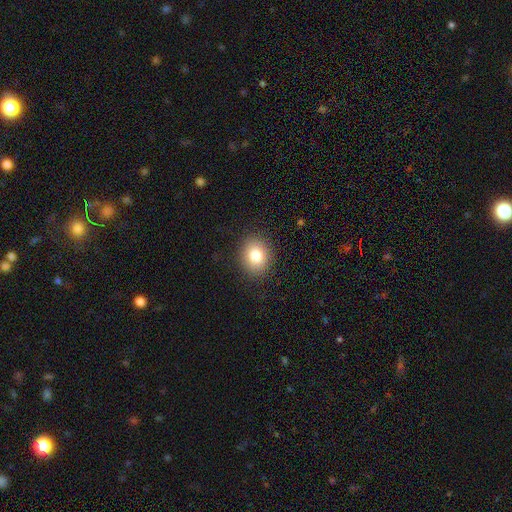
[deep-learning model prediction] The model was most divided on "how rounded": round: 61%, in between: 39%, cigar-shaped: 1%. More confident: merging — none (89%); smooth or featured — smooth (81%).